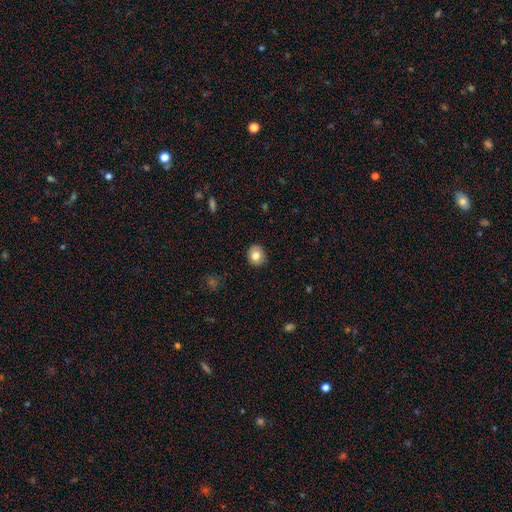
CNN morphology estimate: Q: Smooth or featured?
A: smooth (79%); runner-up: featured or disk (11%)
Q: How rounded?
A: round (73%); runner-up: in between (26%)
Q: Merging?
A: none (86%); runner-up: minor disturbance (11%)